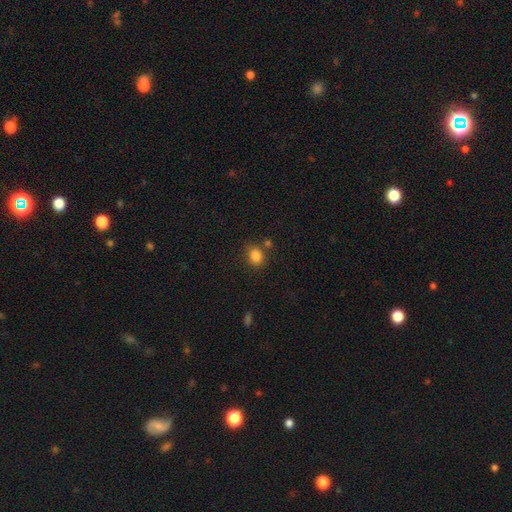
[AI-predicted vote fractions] smooth-or-featured: smooth: 84% | star or artifact: 11% | featured or disk: 5%
  how-rounded: round: 55% | in between: 44% | cigar-shaped: 1%
  merging: none: 75% | minor disturbance: 12% | merger: 9% | major disturbance: 4%